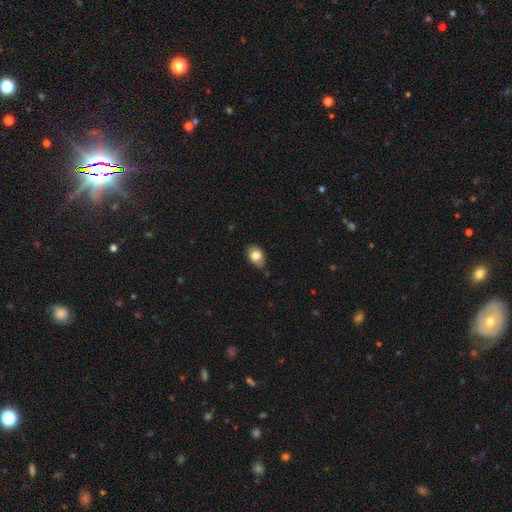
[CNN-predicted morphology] smooth-or-featured: smooth: 80% | featured or disk: 13% | star or artifact: 8%
  how-rounded: in between: 83% | round: 15% | cigar-shaped: 1%
  merging: none: 79% | minor disturbance: 18% | major disturbance: 3% | merger: 1%